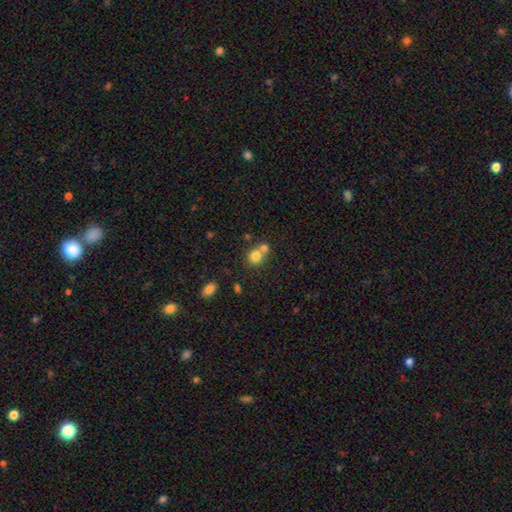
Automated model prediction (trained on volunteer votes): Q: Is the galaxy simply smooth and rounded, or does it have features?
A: smooth — 79%.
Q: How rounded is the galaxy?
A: round — 79%.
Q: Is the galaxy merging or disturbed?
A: merger — 45%.